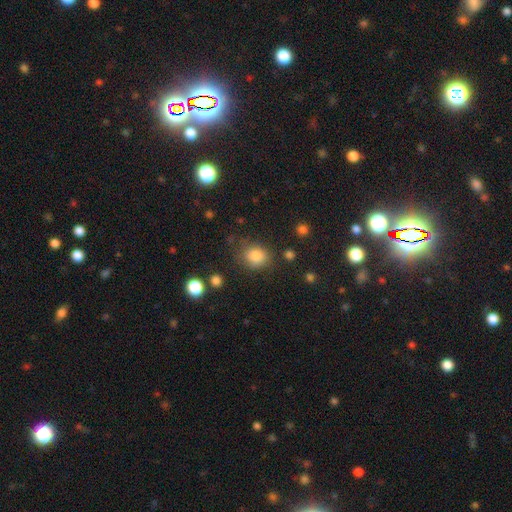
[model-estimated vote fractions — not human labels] This appears to be a smooth galaxy with no disk features (83%) that is round (66%). Merging: none (73%).